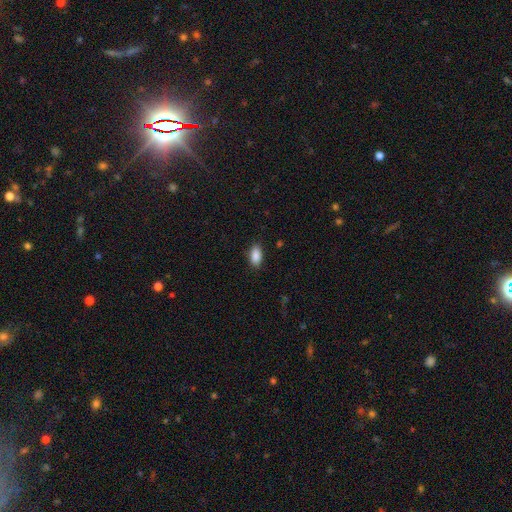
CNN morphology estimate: Smooth or featured: smooth — 89% (star or artifact — 7%)
How rounded: in between — 91% (cigar-shaped — 5%)
Merging: none — 87% (minor disturbance — 10%)